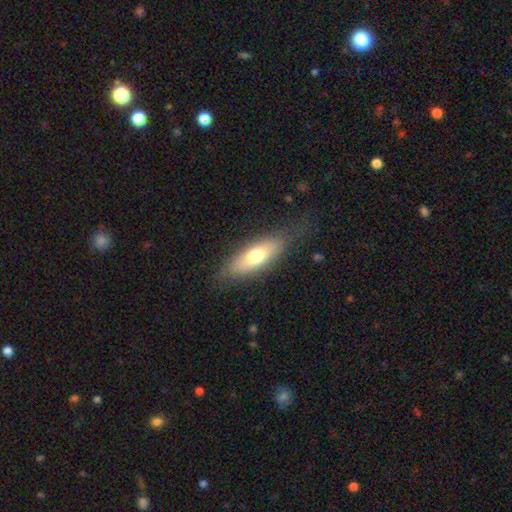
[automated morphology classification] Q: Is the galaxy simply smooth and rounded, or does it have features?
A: smooth — 67%.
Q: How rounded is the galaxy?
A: in between — 63%.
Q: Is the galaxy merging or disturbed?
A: none — 75%.